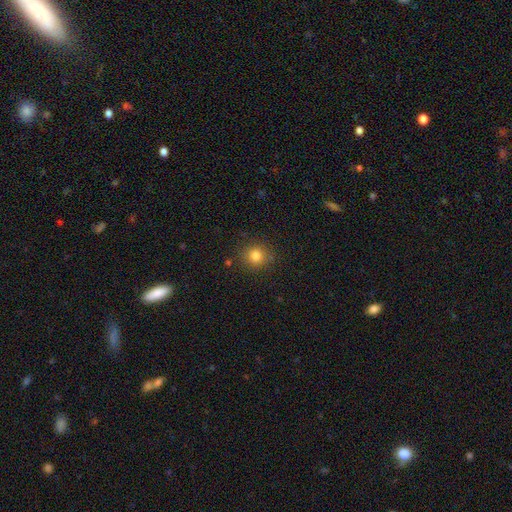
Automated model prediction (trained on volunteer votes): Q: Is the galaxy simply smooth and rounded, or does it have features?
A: smooth — 81%.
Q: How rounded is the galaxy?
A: round — 90%.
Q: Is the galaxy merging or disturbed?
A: none — 87%.